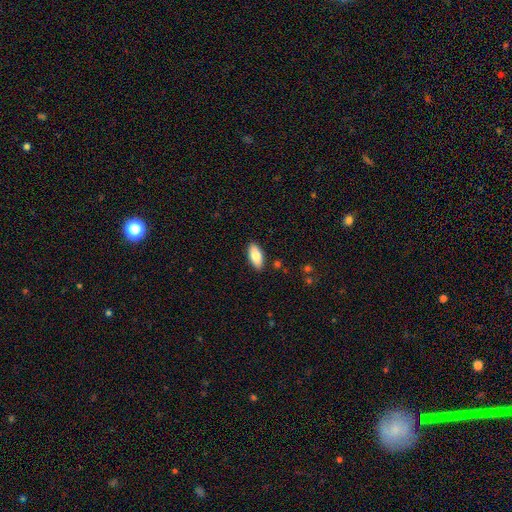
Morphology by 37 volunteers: A smooth galaxy with no disk features (78%) that is in between round and cigar-shaped (86%). Merging: none (88%).